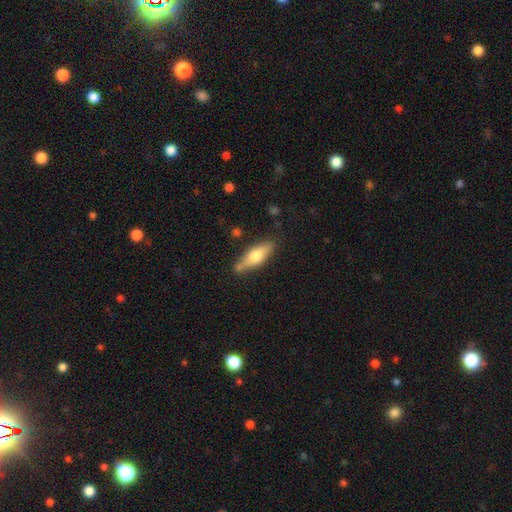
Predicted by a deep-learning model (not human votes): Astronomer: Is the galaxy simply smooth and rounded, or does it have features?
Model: smooth — 61%.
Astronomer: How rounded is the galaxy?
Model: in between — 51% (runner-up: cigar-shaped, 46%).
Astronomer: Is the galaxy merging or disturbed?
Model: none — 75%.